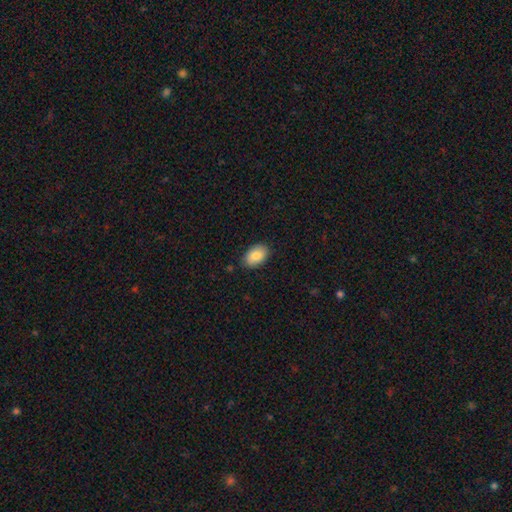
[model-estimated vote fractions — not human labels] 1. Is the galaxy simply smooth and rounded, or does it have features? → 86% smooth, 7% featured or disk, 6% star or artifact.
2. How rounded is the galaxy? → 91% in between, 8% round, 1% cigar-shaped.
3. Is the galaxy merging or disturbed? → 85% none, 11% minor disturbance, 2% major disturbance, 1% merger.